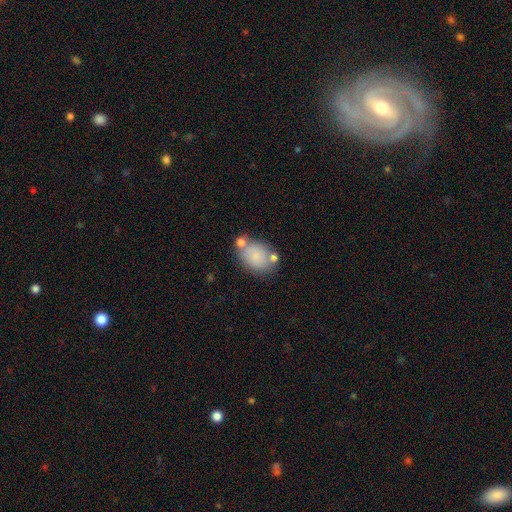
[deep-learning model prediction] Overall: smooth (77%). How rounded: in between (64%; round 35%). Merging: none (56%; merger 19%).